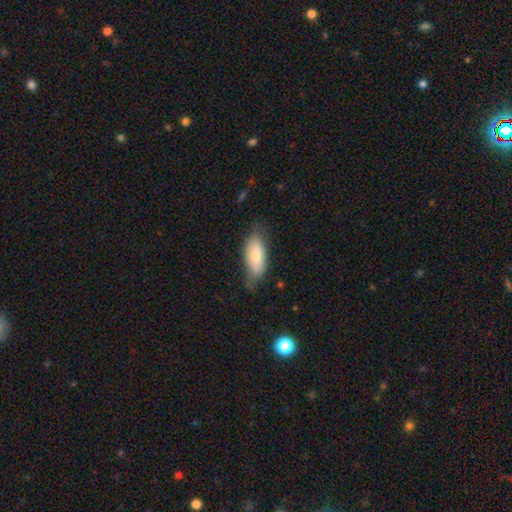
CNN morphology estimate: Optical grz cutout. It shows a smooth galaxy with no disk features (72%) that is in between round and cigar-shaped (84%). Merging: none (57%).